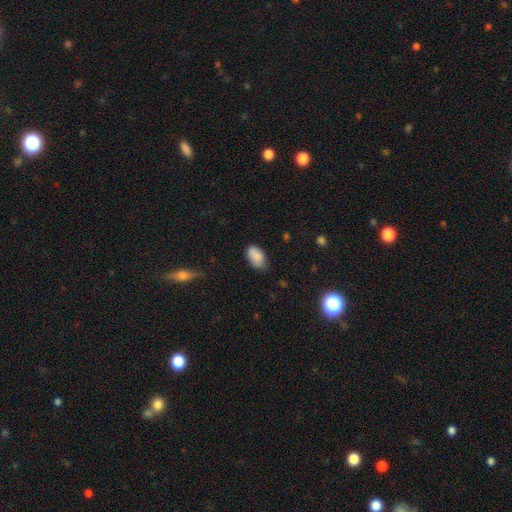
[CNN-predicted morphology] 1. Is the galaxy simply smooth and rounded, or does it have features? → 86% smooth, 8% star or artifact, 6% featured or disk.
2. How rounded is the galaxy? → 93% in between, 5% round, 2% cigar-shaped.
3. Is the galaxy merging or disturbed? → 68% none, 26% minor disturbance, 5% major disturbance, 2% merger.